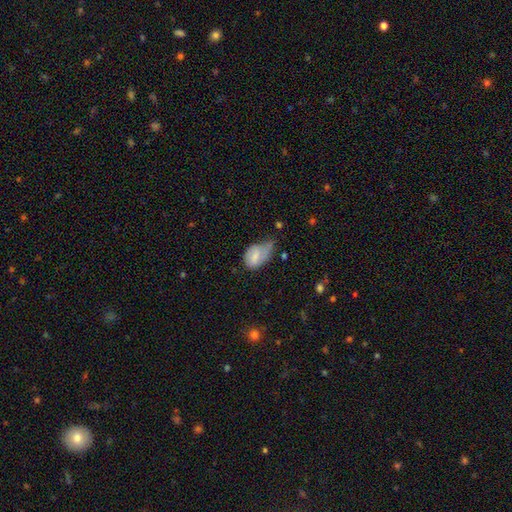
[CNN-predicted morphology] smooth 72%, featured or disk 21%, star or artifact 8%. Down the decision tree: how rounded — in between (85%); merging — minor disturbance (44%).